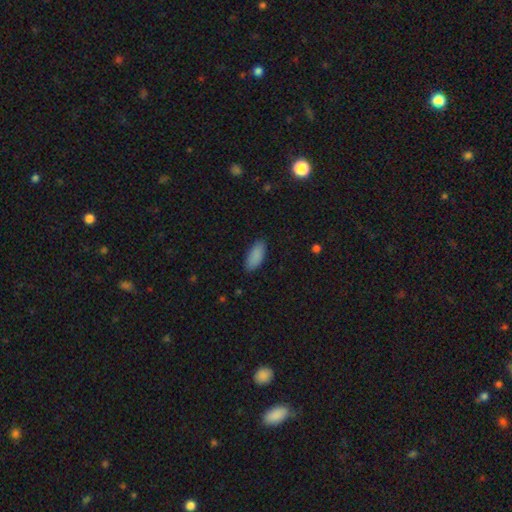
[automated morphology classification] Smooth or featured?
  - smooth: 88% *
  - star or artifact: 7%
  - featured or disk: 5%
How rounded?
  - in between: 84% *
  - cigar-shaped: 14%
  - round: 2%
Merging?
  - none: 84% *
  - minor disturbance: 12%
  - major disturbance: 2%
  - merger: 1%